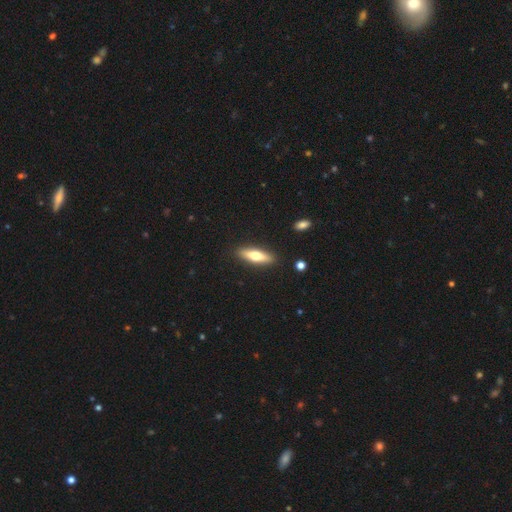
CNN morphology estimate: Smooth or featured? smooth (60%)
How rounded? cigar-shaped (64%)
Merging? none (89%)